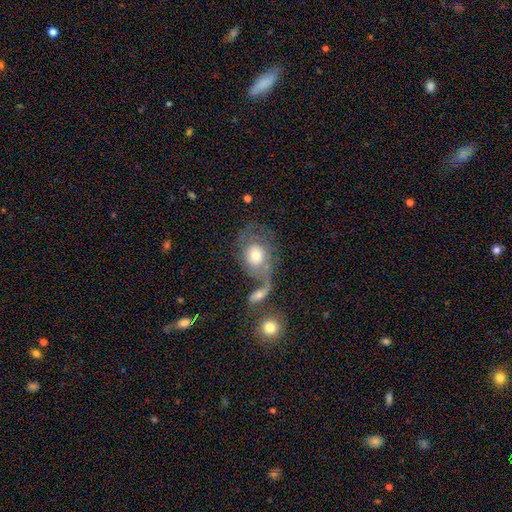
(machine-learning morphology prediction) This appears to be a featured or disk galaxy (50%). Merging: merger (38%).